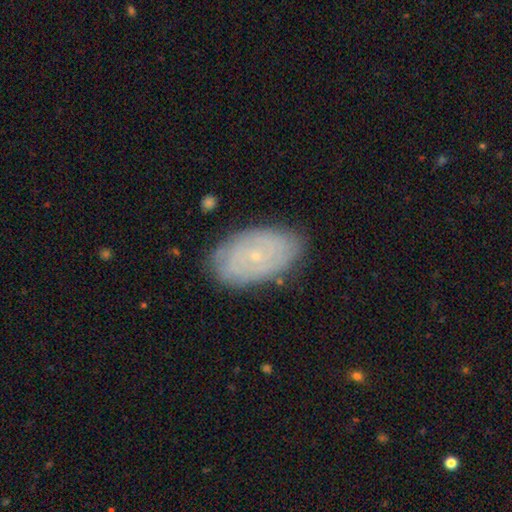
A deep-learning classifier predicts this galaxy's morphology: Smooth or featured? featured or disk (59%)
Edge-on disk? no (93%)
Bar? no (84%)
Spiral arms? yes (69%)
Bulge size? small (85%)
Merging? none (80%)